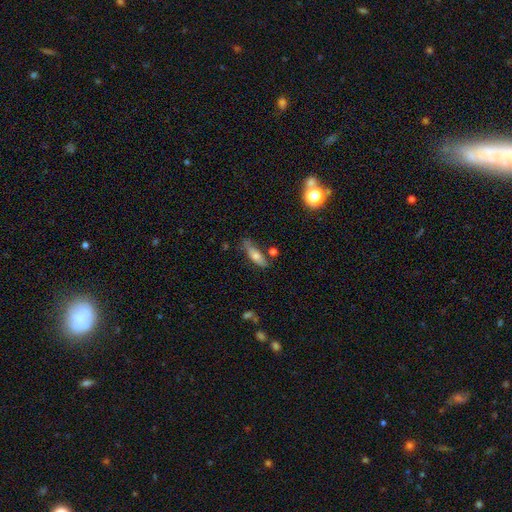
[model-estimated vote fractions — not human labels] smooth_or_featured: smooth (p=0.64) [alt: featured or disk p=0.28]
how_rounded: cigar-shaped (p=0.51) [alt: in between p=0.46]
merging: none (p=0.61) [alt: minor disturbance p=0.24]